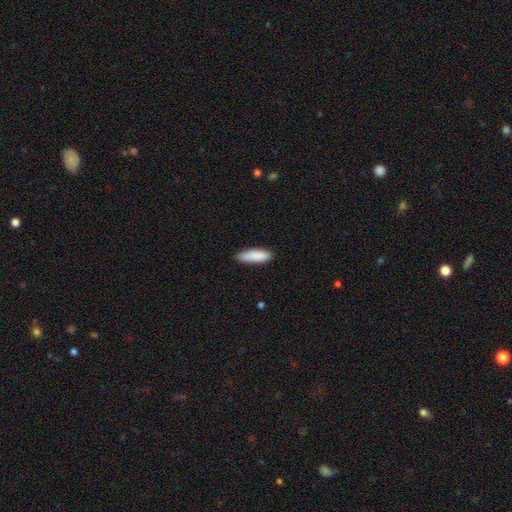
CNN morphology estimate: Q: Smooth or featured?
A: smooth (88%); runner-up: featured or disk (6%)
Q: How rounded?
A: cigar-shaped (56%); runner-up: in between (42%)
Q: Merging?
A: none (81%); runner-up: minor disturbance (15%)